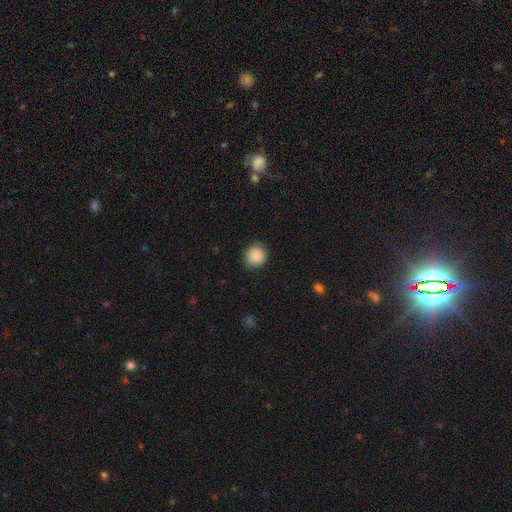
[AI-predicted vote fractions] Overall: smooth (89%). How rounded: round (87%). Merging: none (86%).